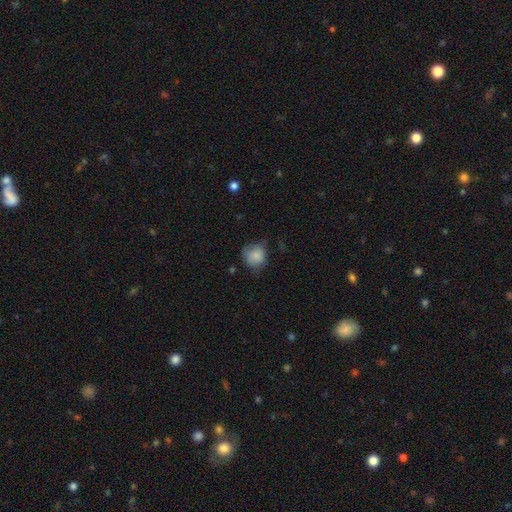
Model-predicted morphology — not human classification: This is clearly a smooth galaxy (83%). How rounded: likely round (77%). Merging: possibly none (54%).